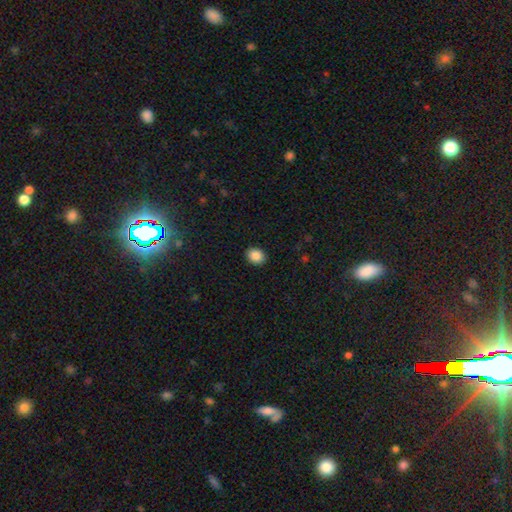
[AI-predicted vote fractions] A smooth galaxy with no disk features (87%) that is round (50%, tied with in between).

Vote fractions:
- Smooth or featured? smooth: 87% / star or artifact: 9% / featured or disk: 4%
- How rounded? round: 50% (tied) / in between: 50% (tied) / cigar-shaped: 1%
- Merging? none: 90% / minor disturbance: 7% / major disturbance: 2% / merger: 1%